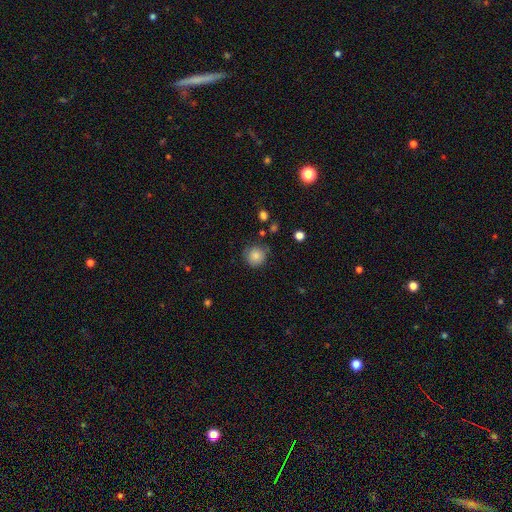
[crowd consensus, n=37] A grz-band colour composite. It shows a smooth galaxy with no disk features (86%) that is round (94%). Merging: none (77%).